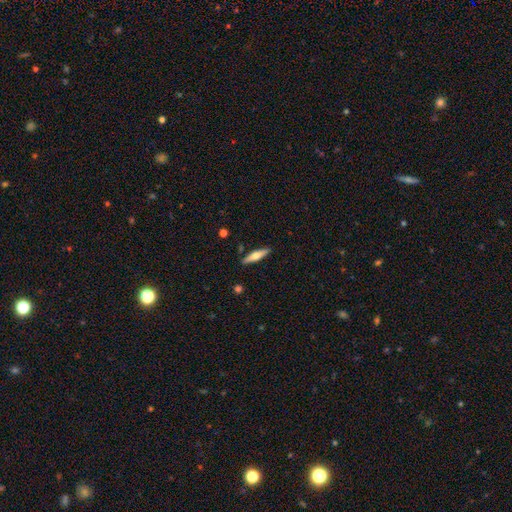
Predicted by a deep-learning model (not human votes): smooth-or-featured: smooth: 50% | featured or disk: 44% | star or artifact: 6%
  merging: none: 89% | minor disturbance: 8% | merger: 2% | major disturbance: 2%